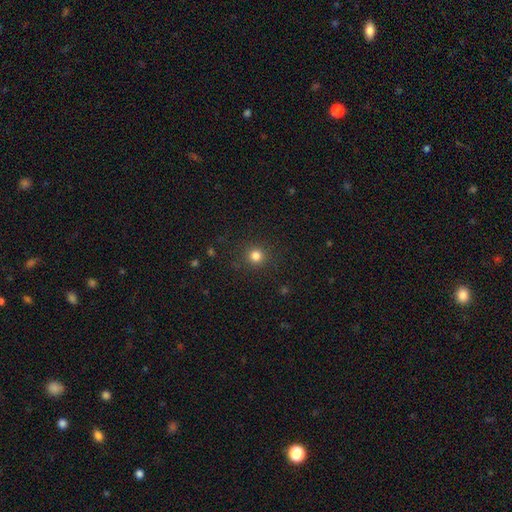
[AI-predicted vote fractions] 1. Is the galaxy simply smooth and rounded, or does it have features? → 82% smooth, 14% star or artifact, 5% featured or disk.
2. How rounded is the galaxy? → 93% round, 6% in between, 1% cigar-shaped.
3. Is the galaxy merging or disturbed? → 90% none, 6% minor disturbance, 3% major disturbance, 1% merger.